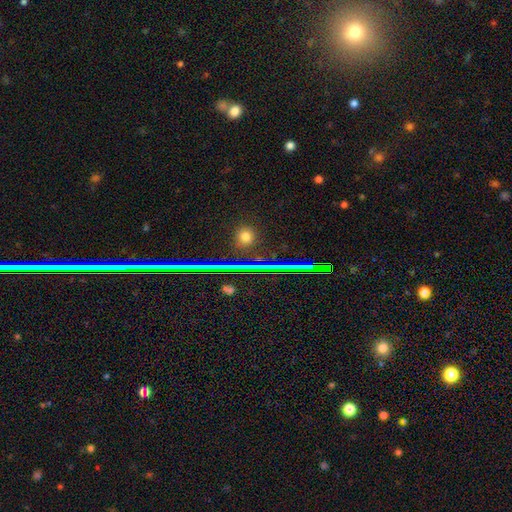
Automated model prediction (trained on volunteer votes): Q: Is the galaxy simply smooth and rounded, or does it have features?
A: star or artifact — 75%.